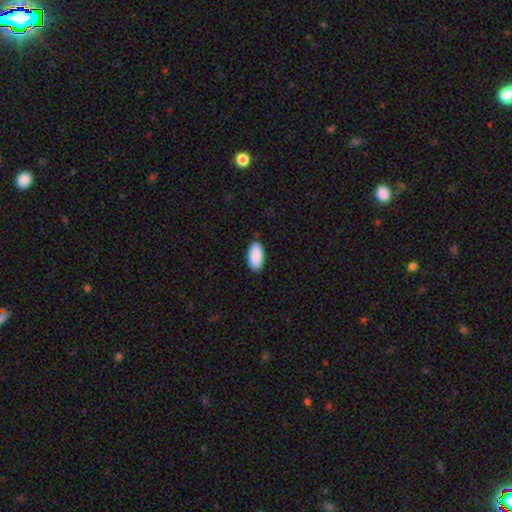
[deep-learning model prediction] Smooth or featured? Predicted: smooth (p=0.91). How rounded? Predicted: in between (p=0.93). Merging? Predicted: none (p=0.88).